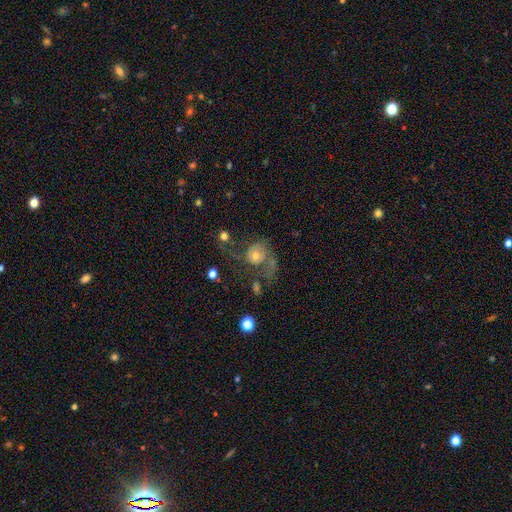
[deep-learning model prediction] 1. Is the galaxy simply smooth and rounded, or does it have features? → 58% featured or disk, 30% smooth, 12% star or artifact.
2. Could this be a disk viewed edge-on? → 97% no, 3% yes.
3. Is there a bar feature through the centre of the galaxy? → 80% no, 16% weak, 4% strong.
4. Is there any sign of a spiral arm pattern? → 72% yes, 28% no.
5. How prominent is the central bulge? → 52% moderate, 36% small, 7% large, 3% none, 2% dominant.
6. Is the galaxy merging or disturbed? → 39% major disturbance, 34% none, 15% minor disturbance, 11% merger.